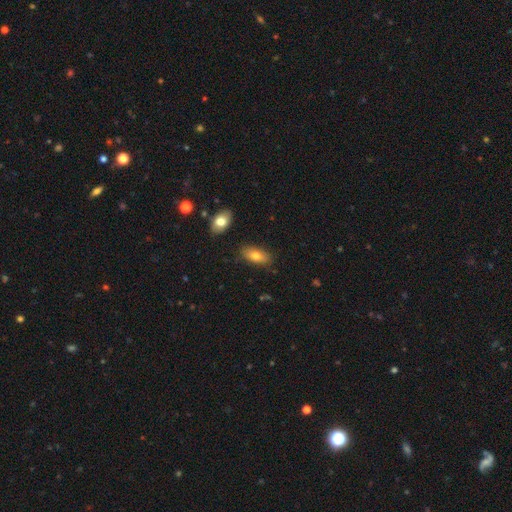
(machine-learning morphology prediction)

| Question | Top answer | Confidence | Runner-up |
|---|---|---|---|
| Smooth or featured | smooth | 75% | featured or disk (18%) |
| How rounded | in between | 87% | cigar-shaped (9%) |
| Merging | none | 82% | minor disturbance (12%) |